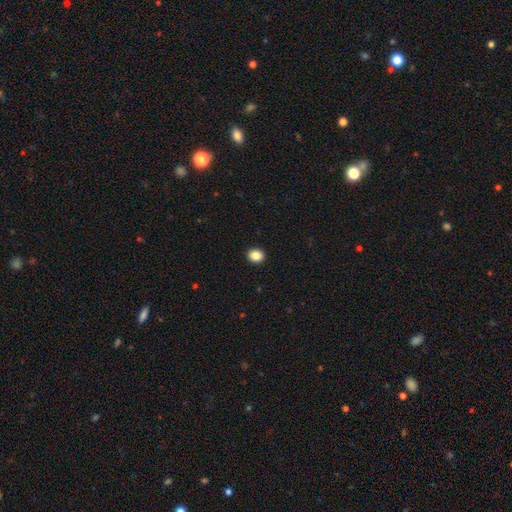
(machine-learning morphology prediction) Smooth or featured? smooth (87%)
How rounded? round (67%)
Merging? none (93%)